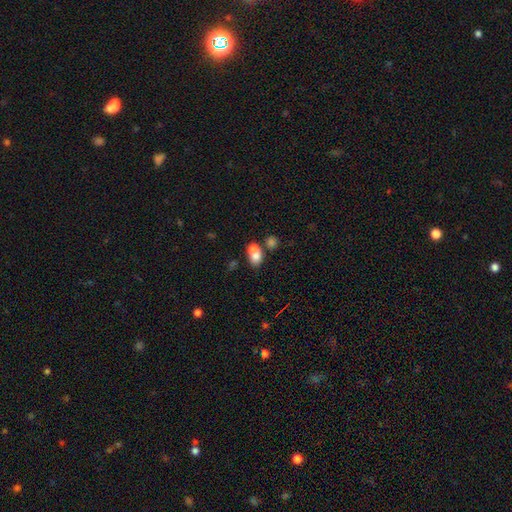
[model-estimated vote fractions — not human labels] Smooth or featured: smooth — 69% (featured or disk — 19%)
How rounded: round — 52% (in between — 46%)
Merging: merger — 62% (none — 28%)